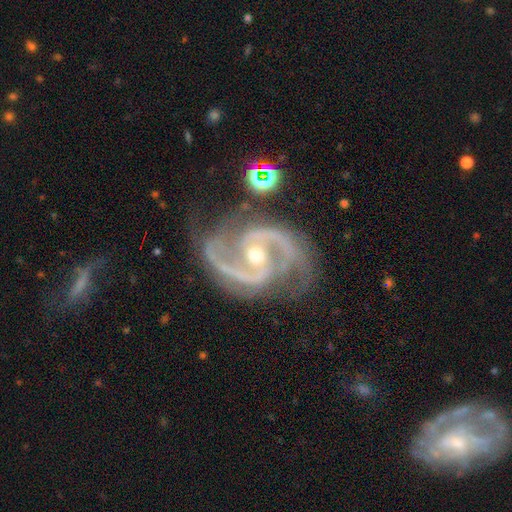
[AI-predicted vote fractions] A featured or disk galaxy (93%) with a weak bar (36%), 2 (92%) medium (64%) spiral arms (99%) and a moderate central bulge (66%).

Vote fractions:
- Smooth or featured? featured or disk: 93% / star or artifact: 5% / smooth: 2%
- Edge-on disk? no: 98% / yes: 2%
- Bar? weak: 36% / no: 35% / strong: 29%
- Spiral arms? yes: 99% / no: 1%
- Spiral winding? medium: 64% / tight: 25% / loose: 11%
- Spiral arm count? 2: 92% / 3: 3% / can't tell: 2% / 1: 1% / 4: 1% / more than 4: 1%
- Bulge size? moderate: 66% / small: 28% / large: 4% / none: 1% / dominant: 1%
- Merging? none: 71% / minor disturbance: 19% / major disturbance: 8% / merger: 3%